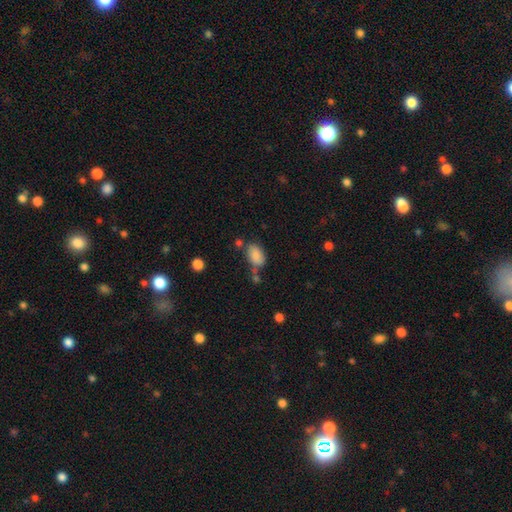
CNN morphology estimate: Q: Smooth or featured?
A: smooth (84%); runner-up: star or artifact (8%)
Q: How rounded?
A: in between (89%); runner-up: round (9%)
Q: Merging?
A: none (54%); runner-up: minor disturbance (23%)